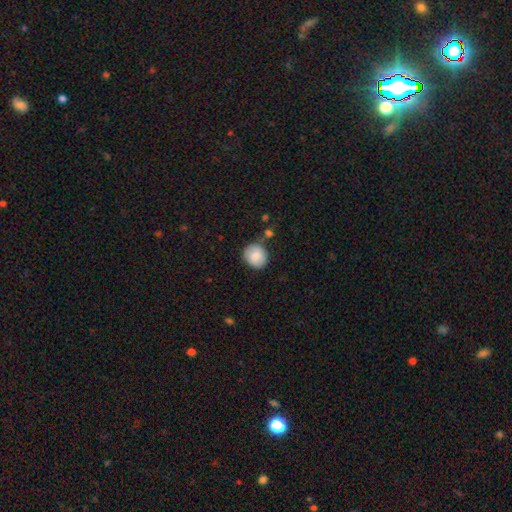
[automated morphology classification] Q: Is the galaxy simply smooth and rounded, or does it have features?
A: smooth — 80%.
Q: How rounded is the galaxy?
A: round — 80%.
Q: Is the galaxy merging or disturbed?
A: none — 74%.